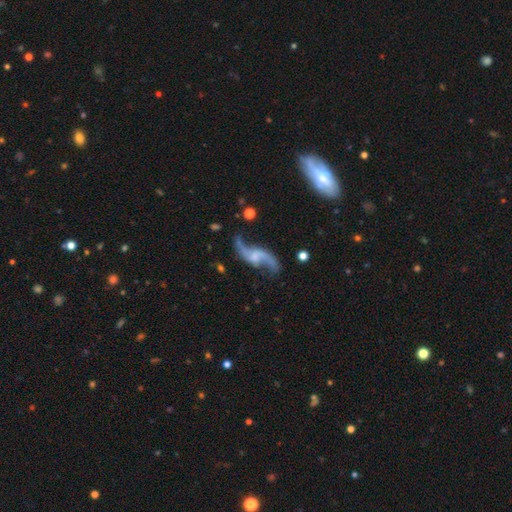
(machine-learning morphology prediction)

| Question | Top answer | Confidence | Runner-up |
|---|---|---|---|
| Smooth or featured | featured or disk | 88% | smooth (7%) |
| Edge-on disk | no | 95% | yes (5%) |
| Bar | no | 49% | weak (38%) |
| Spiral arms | yes | 95% | no (5%) |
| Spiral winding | loose | 90% | medium (7%) |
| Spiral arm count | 2 | 93% | 1 (2%) |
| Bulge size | none | 46% | small (33%) |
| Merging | none | 68% | minor disturbance (17%) |